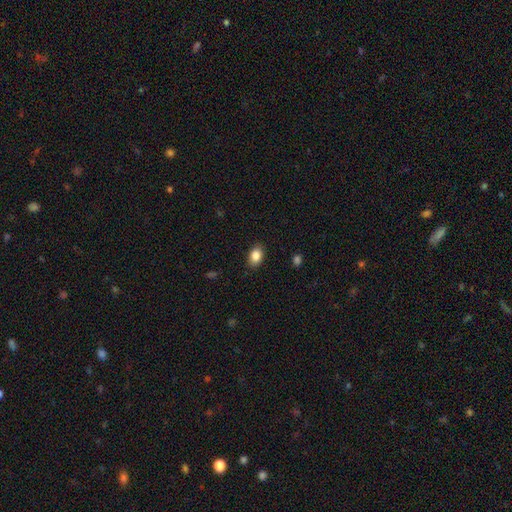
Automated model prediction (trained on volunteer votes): Smooth or featured? Predicted: smooth (p=0.86). How rounded? Predicted: in between (p=0.83). Merging? Predicted: none (p=0.87).